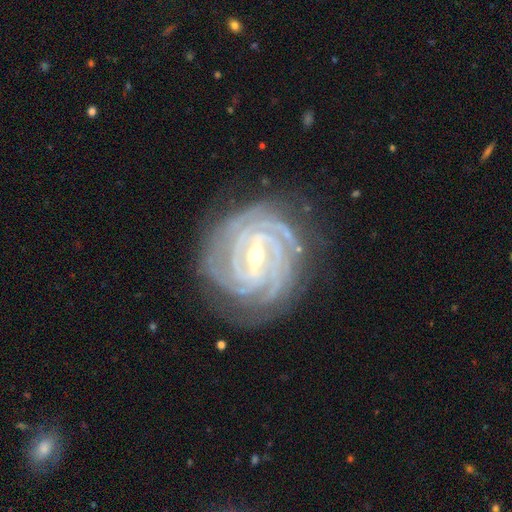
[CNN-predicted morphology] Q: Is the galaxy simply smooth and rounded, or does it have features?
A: featured or disk — 93%.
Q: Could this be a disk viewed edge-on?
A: no — 97%.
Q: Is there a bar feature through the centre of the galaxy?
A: strong — 61%.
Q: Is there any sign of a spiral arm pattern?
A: yes — 99%.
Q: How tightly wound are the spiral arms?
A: tight — 86%.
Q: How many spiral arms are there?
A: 4 — 31%.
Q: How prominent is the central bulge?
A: moderate — 54%.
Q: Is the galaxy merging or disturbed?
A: none — 82%.